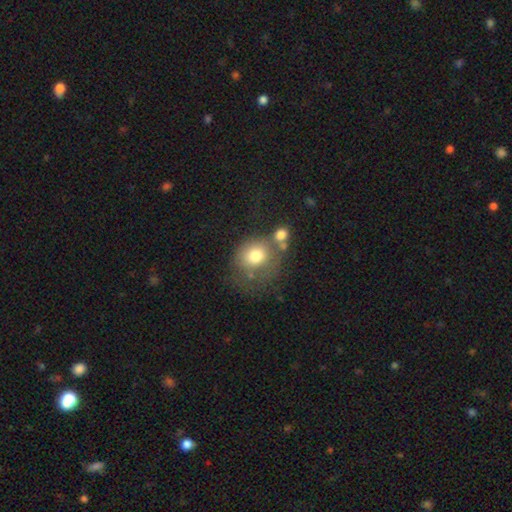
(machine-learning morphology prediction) Smooth or featured? Predicted: smooth (p=0.73). How rounded? Predicted: round (p=0.71). Merging? Predicted: none (p=0.39).